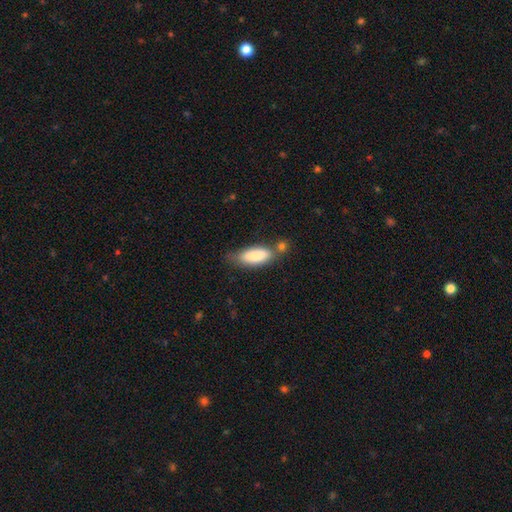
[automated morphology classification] This is clearly a smooth galaxy (84%). How rounded: likely in between (71%). Merging: possibly none (51%).